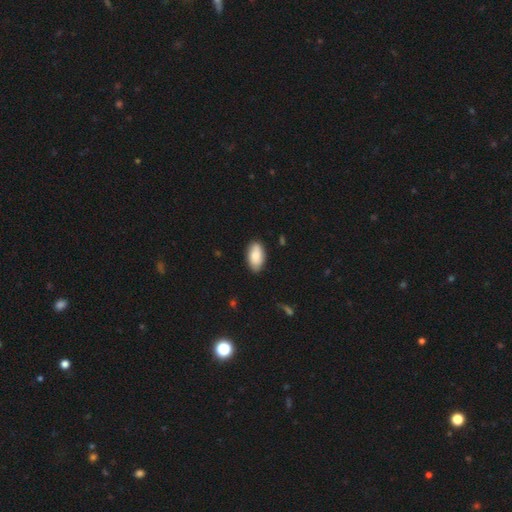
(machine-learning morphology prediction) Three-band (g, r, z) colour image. It shows a smooth galaxy with no disk features (85%) that is in between round and cigar-shaped (94%). Merging: none (85%).